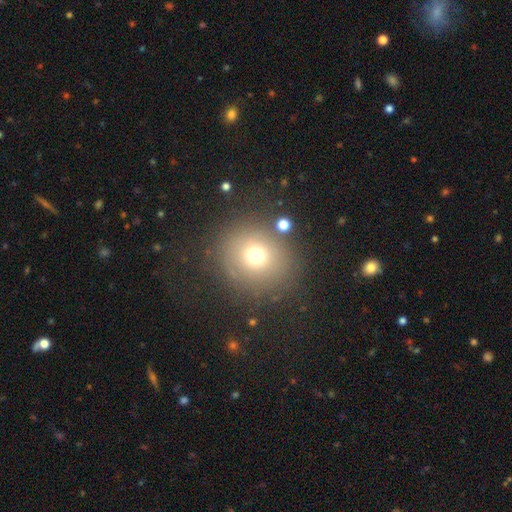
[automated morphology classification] Q: Smooth or featured?
A: smooth (68%); runner-up: star or artifact (19%)
Q: How rounded?
A: round (89%); runner-up: in between (10%)
Q: Merging?
A: none (80%); runner-up: minor disturbance (10%)